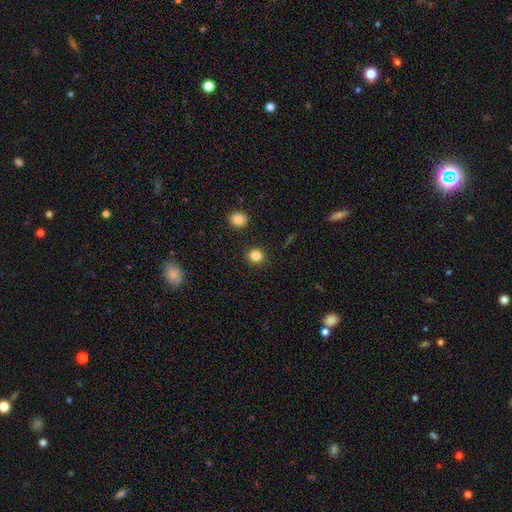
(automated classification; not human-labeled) smooth_or_featured: smooth (p=0.83) [alt: star or artifact p=0.12]
how_rounded: round (p=0.83) [alt: in between p=0.16]
merging: none (p=0.90) [alt: minor disturbance p=0.06]